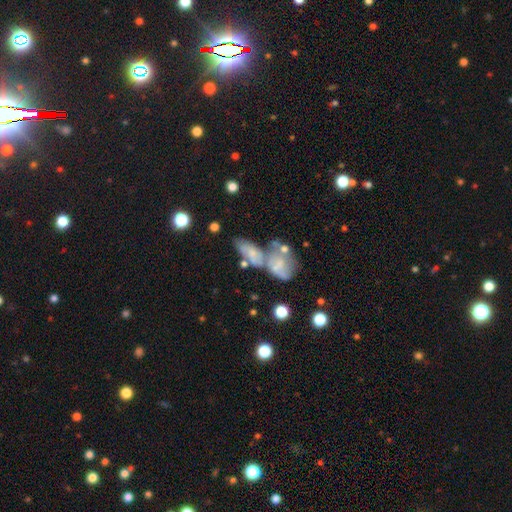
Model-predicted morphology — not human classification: Smooth or featured?
  - featured or disk: 48% *
  - smooth: 36%
  - star or artifact: 16%
Merging?
  - merger: 50% *
  - none: 25%
  - minor disturbance: 13%
  - major disturbance: 12%